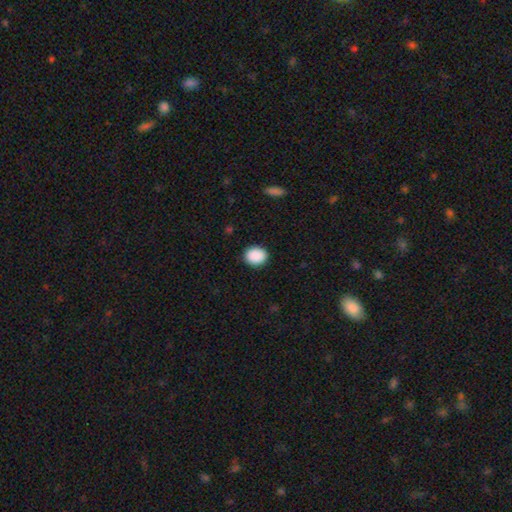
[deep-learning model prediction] A smooth galaxy with no disk features (90%) that is round (61%).

Vote fractions:
- Smooth or featured? smooth: 90% / star or artifact: 7% / featured or disk: 2%
- How rounded? round: 61% / in between: 38% / cigar-shaped: 1%
- Merging? none: 90% / minor disturbance: 7% / major disturbance: 2% / merger: 1%